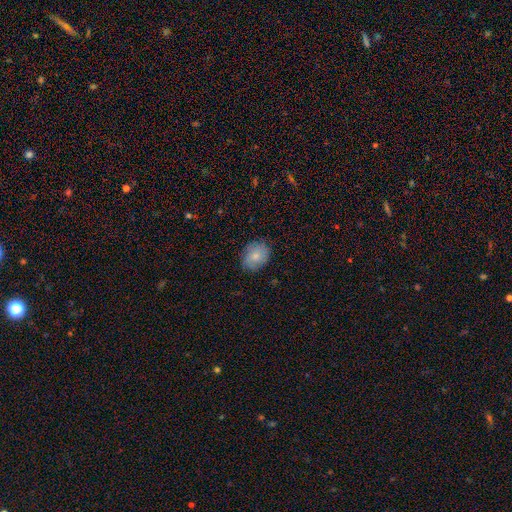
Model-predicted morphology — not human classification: smooth 78%, featured or disk 15%, star or artifact 7%. Down the decision tree: how rounded — in between (59%); merging — none (79%).